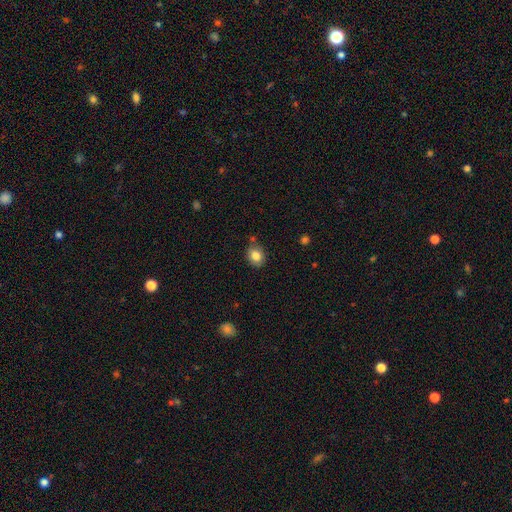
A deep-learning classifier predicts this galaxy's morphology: Q: Smooth or featured?
A: smooth (83%); runner-up: star or artifact (9%)
Q: How rounded?
A: round (53%); runner-up: in between (46%)
Q: Merging?
A: none (77%); runner-up: minor disturbance (15%)